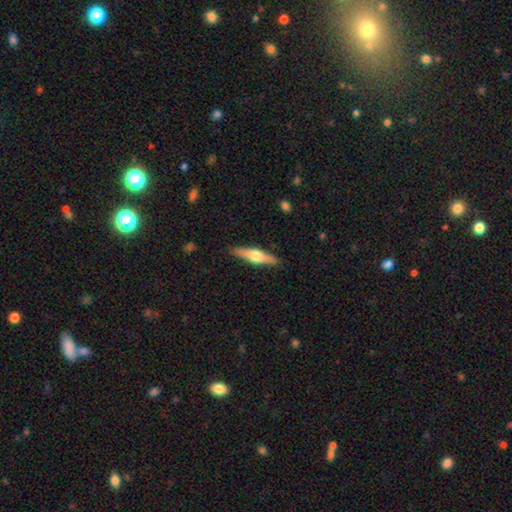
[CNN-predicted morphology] Q: Smooth or featured?
A: featured or disk (53%); runner-up: smooth (42%)
Q: Edge-on disk?
A: yes (94%); runner-up: no (6%)
Q: Merging?
A: none (89%); runner-up: minor disturbance (8%)